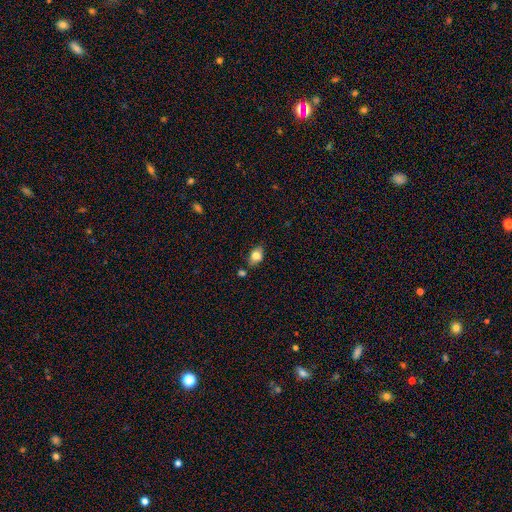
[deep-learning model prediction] This is likely a smooth galaxy (78%). How rounded: likely in between (76%). Merging: likely none (70%).